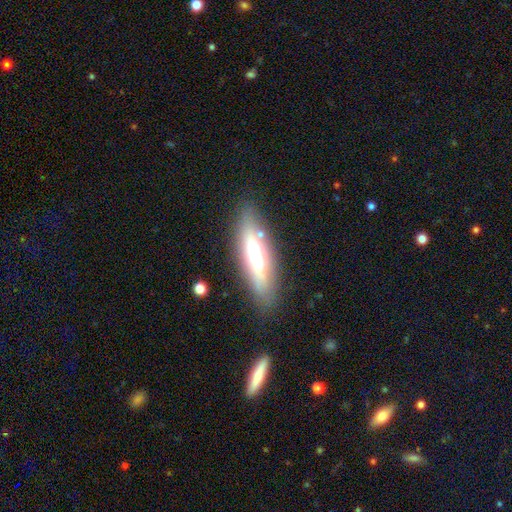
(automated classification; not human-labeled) Overall: featured or disk (47%; smooth 44%). Merging: none (79%).